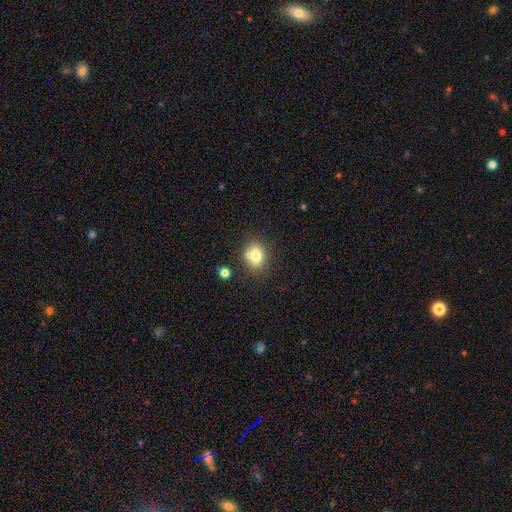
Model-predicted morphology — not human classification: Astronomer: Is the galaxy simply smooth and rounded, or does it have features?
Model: smooth — 75%.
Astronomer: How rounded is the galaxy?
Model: round — 58% (runner-up: in between, 41%).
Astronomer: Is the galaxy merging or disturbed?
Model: none — 58%.